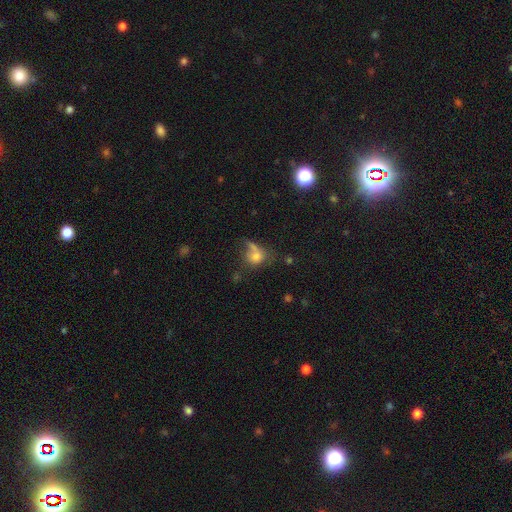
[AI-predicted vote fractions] Overall: smooth (70%). How rounded: round (59%; in between 38%). Merging: none (39%; merger 25%).